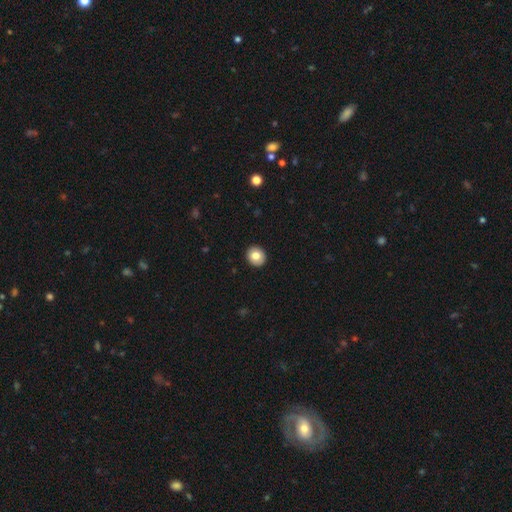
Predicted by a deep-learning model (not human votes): smooth 80%, featured or disk 12%, star or artifact 8%. Down the decision tree: how rounded — round (84%); merging — none (92%).